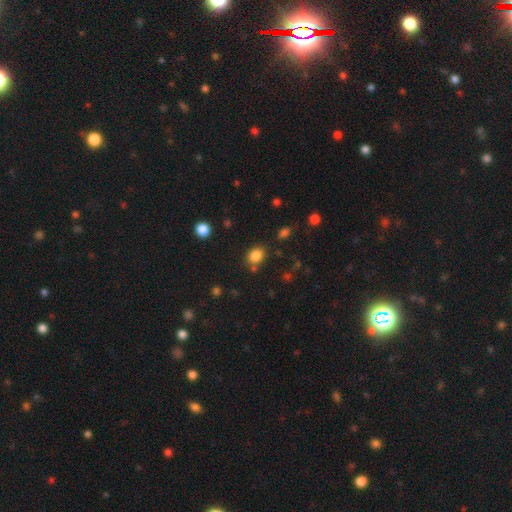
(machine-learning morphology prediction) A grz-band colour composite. It shows a smooth galaxy with no disk features (83%) that is round (55%). Merging: none (76%).